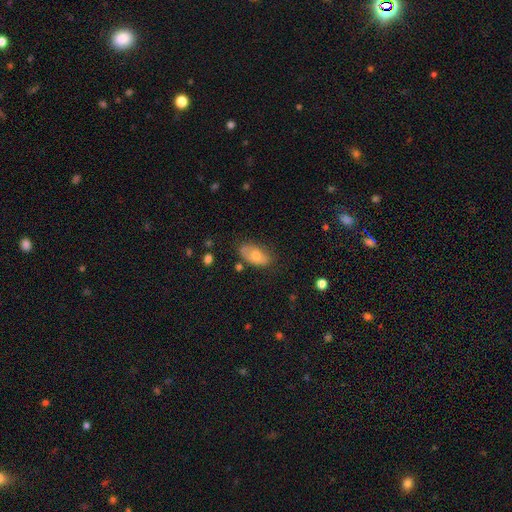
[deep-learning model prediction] Smooth or featured? Predicted: smooth (p=0.60). How rounded? Predicted: in between (p=0.92). Merging? Predicted: none (p=0.64).